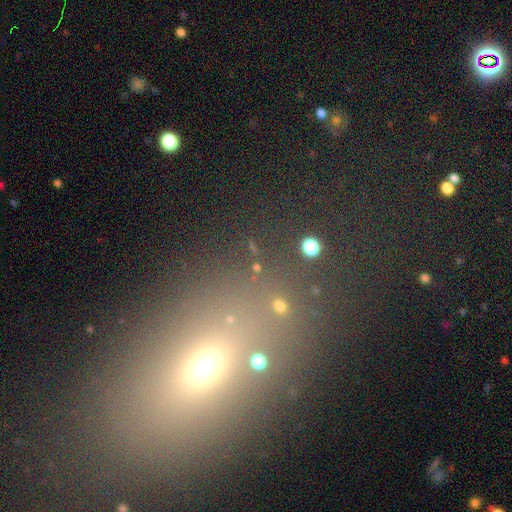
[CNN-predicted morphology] smooth_or_featured: smooth (p=0.49) [alt: star or artifact p=0.38]
merging: none (p=0.77) [alt: minor disturbance p=0.10]